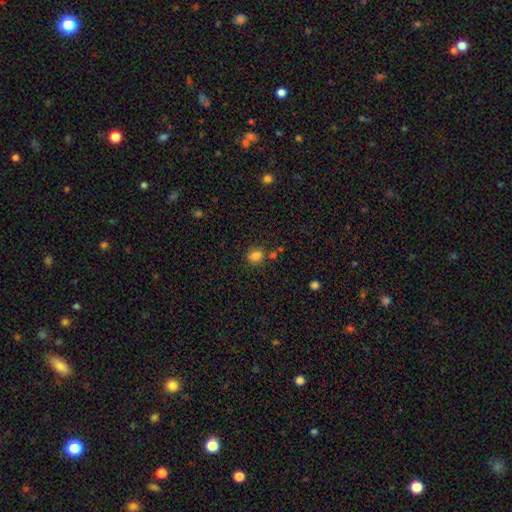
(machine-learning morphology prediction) This is clearly a smooth galaxy (83%). How rounded: likely round (64%). Merging: likely none (74%).